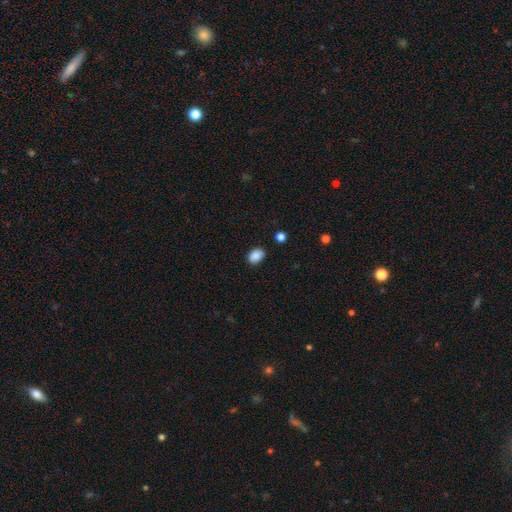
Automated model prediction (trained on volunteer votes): Smooth or featured?
  - smooth: 88% *
  - star or artifact: 8%
  - featured or disk: 3%
How rounded?
  - in between: 81% *
  - round: 18%
  - cigar-shaped: 1%
Merging?
  - none: 86% *
  - minor disturbance: 10%
  - major disturbance: 2%
  - merger: 2%